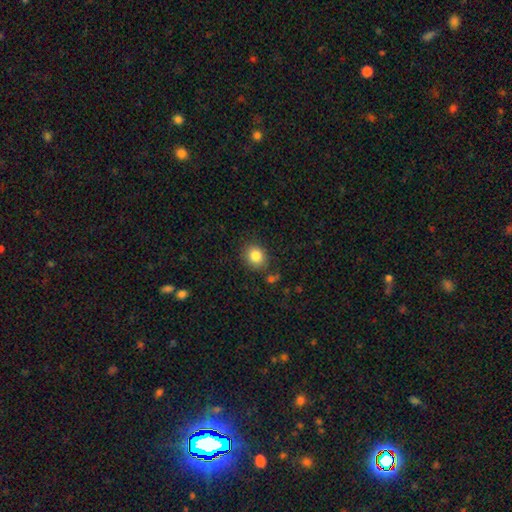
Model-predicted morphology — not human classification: Smooth or featured: smooth — 84% (star or artifact — 10%)
How rounded: round — 70% (in between — 30%)
Merging: none — 83% (minor disturbance — 11%)